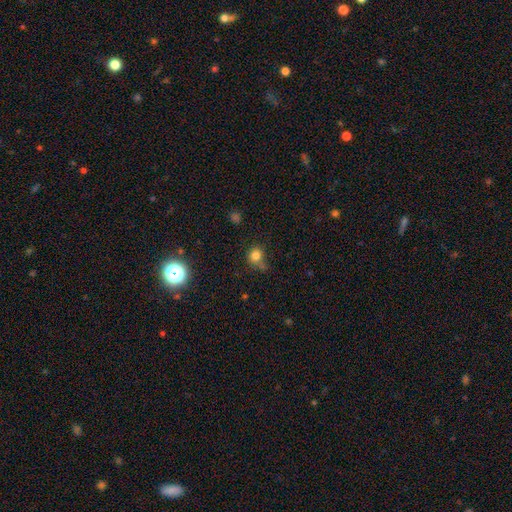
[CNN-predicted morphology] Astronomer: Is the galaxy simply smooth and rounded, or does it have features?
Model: smooth — 80%.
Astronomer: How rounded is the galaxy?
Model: round — 83%.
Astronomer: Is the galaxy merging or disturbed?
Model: none — 60%.